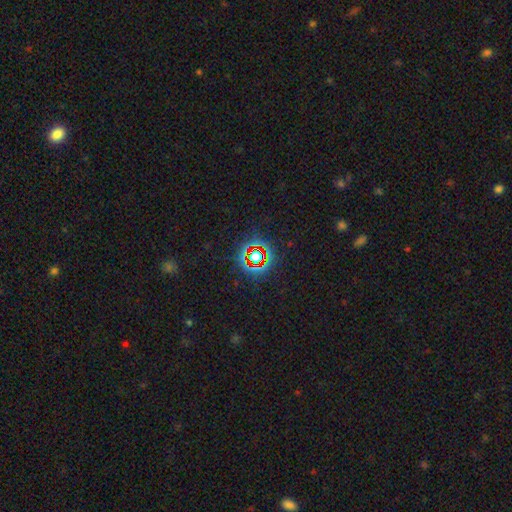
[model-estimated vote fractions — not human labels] This appears to be a star or artifact, not a galaxy (77%).